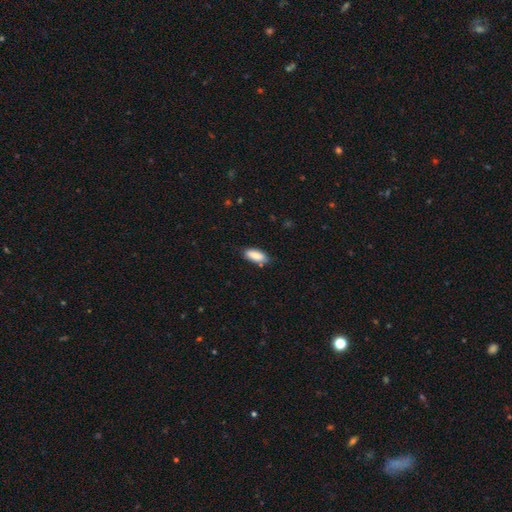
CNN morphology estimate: Overall: smooth (86%). How rounded: in between (81%). Merging: none (77%).